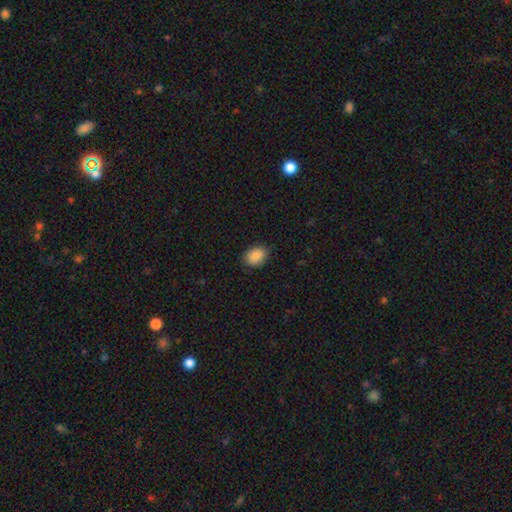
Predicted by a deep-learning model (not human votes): This is clearly a smooth galaxy (89%). How rounded: likely in between (71%). Merging: clearly none (84%).